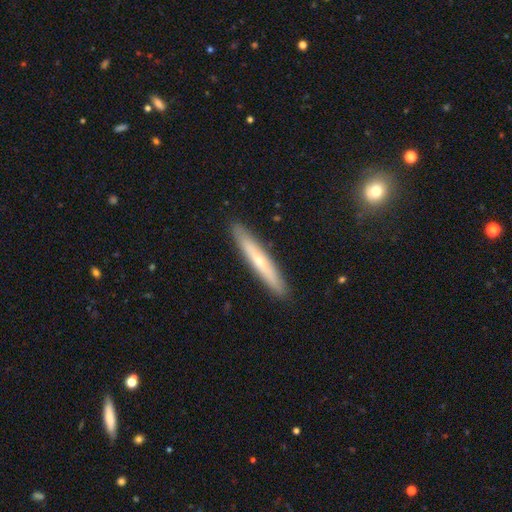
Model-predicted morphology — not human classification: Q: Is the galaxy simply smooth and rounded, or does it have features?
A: featured or disk — 50%.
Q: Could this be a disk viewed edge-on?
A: yes — 89%.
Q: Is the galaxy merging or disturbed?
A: none — 90%.